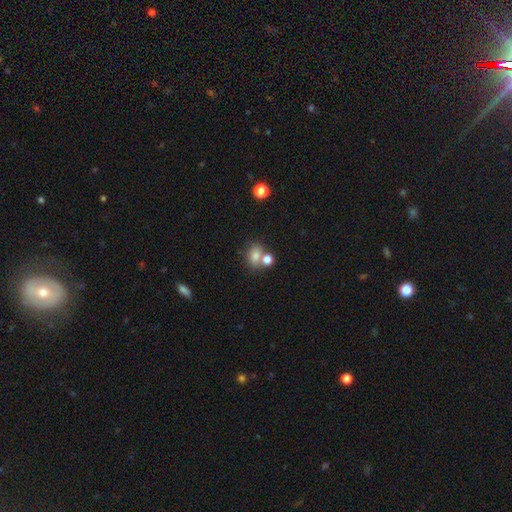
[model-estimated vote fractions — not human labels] smooth_or_featured: smooth (p=0.77) [alt: star or artifact p=0.12]
how_rounded: in between (p=0.66) [alt: round p=0.32]
merging: none (p=0.47) [alt: merger p=0.36]